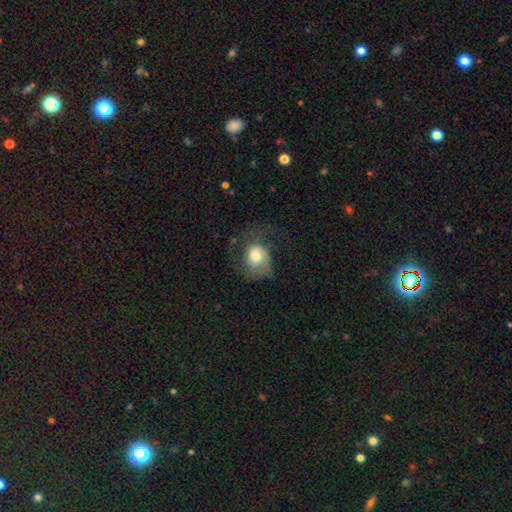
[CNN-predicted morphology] Smooth or featured? smooth (59%)
How rounded? round (56%)
Merging? major disturbance (37%)